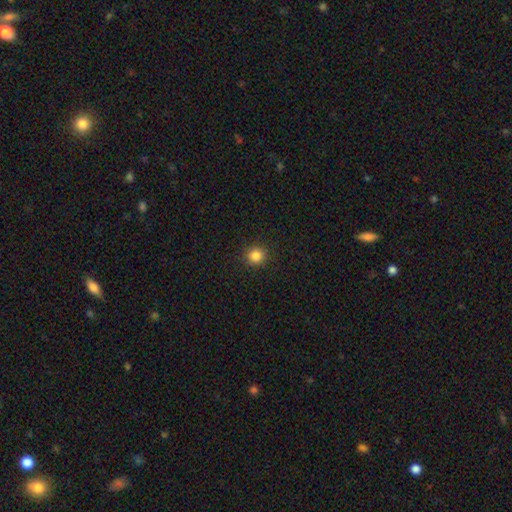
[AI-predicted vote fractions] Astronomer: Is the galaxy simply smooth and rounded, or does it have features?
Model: smooth — 85%.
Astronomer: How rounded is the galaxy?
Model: round — 93%.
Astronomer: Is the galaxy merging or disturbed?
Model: none — 91%.